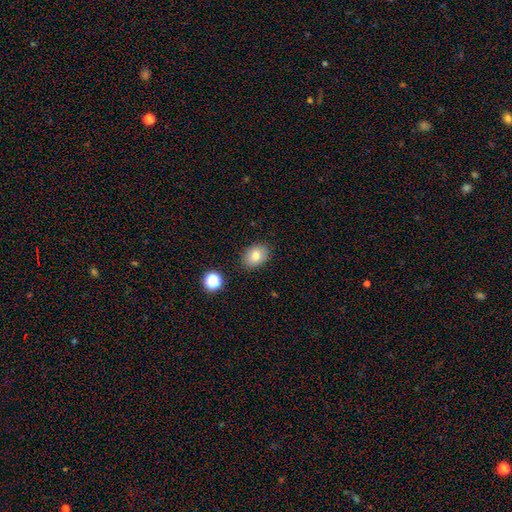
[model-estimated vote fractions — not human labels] A smooth galaxy with no disk features (80%) that is in between round and cigar-shaped (65%).

Vote fractions:
- Smooth or featured? smooth: 80% / star or artifact: 10% / featured or disk: 10%
- How rounded? in between: 65% / round: 34% / cigar-shaped: 1%
- Merging? none: 87% / minor disturbance: 9% / major disturbance: 2% / merger: 2%